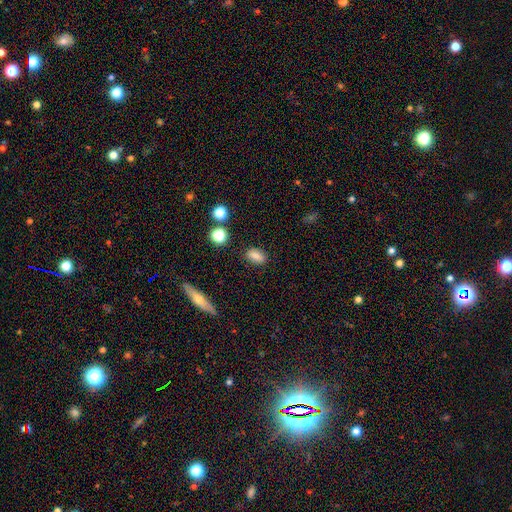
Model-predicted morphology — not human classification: Q: Smooth or featured?
A: smooth (79%); runner-up: star or artifact (11%)
Q: How rounded?
A: in between (80%); runner-up: round (15%)
Q: Merging?
A: none (84%); runner-up: minor disturbance (11%)